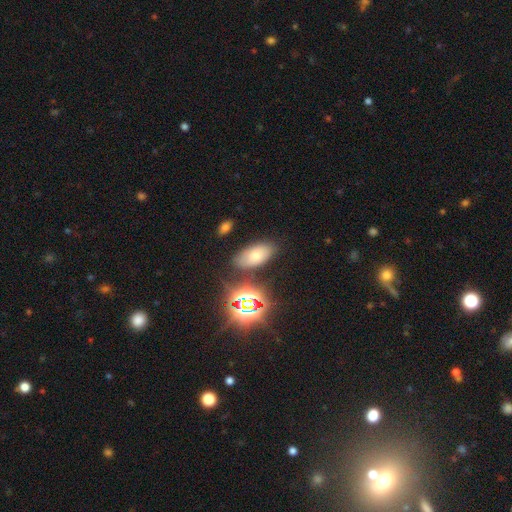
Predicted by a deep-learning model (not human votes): Q: Smooth or featured?
A: smooth (62%); runner-up: star or artifact (21%)
Q: How rounded?
A: in between (91%); runner-up: round (5%)
Q: Merging?
A: none (78%); runner-up: minor disturbance (13%)